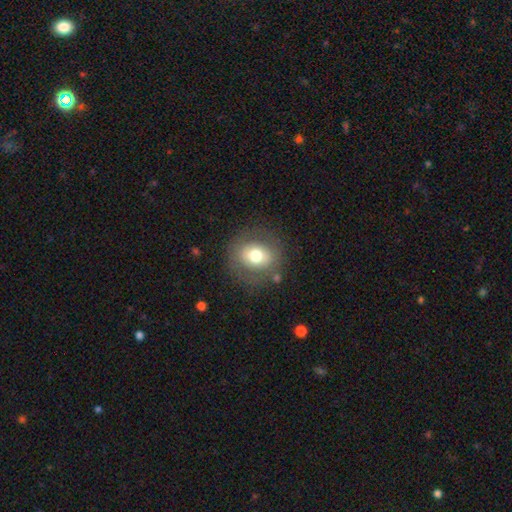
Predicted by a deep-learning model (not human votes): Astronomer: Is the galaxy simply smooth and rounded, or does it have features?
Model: smooth — 67%.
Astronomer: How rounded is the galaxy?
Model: round — 73%.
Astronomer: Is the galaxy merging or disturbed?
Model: none — 80%.